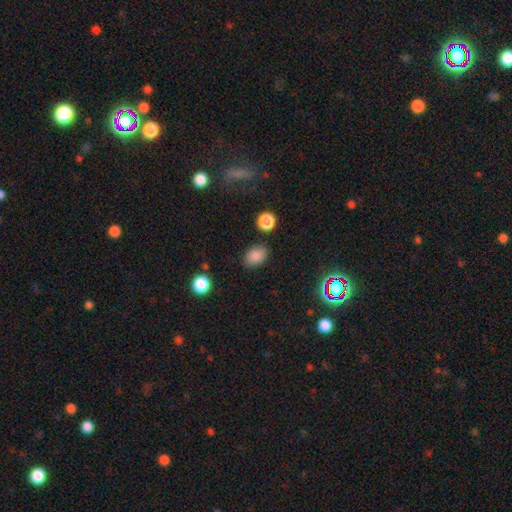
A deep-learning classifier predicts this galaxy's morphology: smooth-or-featured: smooth: 83% | star or artifact: 11% | featured or disk: 6%
  how-rounded: in between: 77% | round: 22% | cigar-shaped: 1%
  merging: none: 84% | minor disturbance: 11% | major disturbance: 3% | merger: 3%